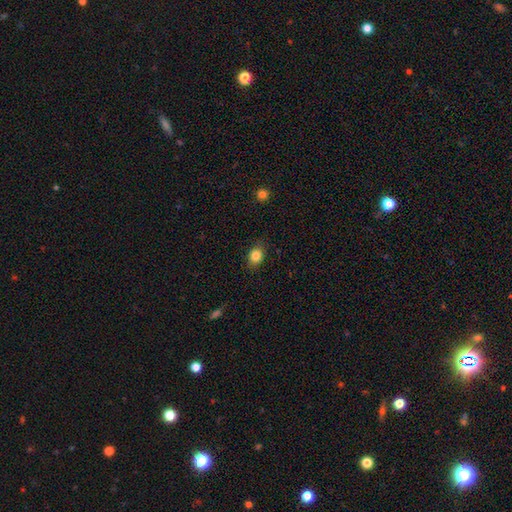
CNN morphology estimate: This appears to be a smooth galaxy with no disk features (84%) that is in between round and cigar-shaped (54%). Merging: none (81%).